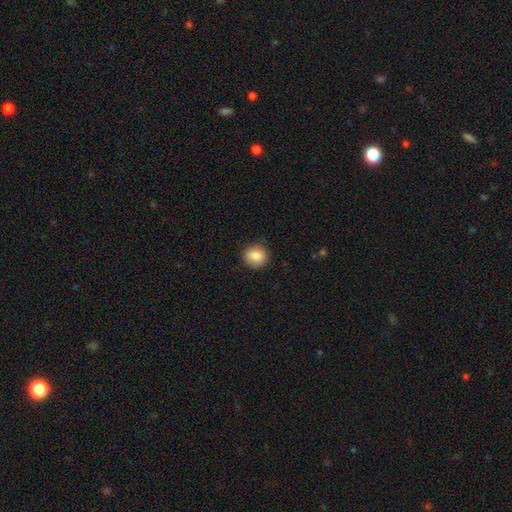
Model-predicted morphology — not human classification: This appears to be a smooth galaxy with no disk features (87%) that is round (86%). Merging: none (88%).